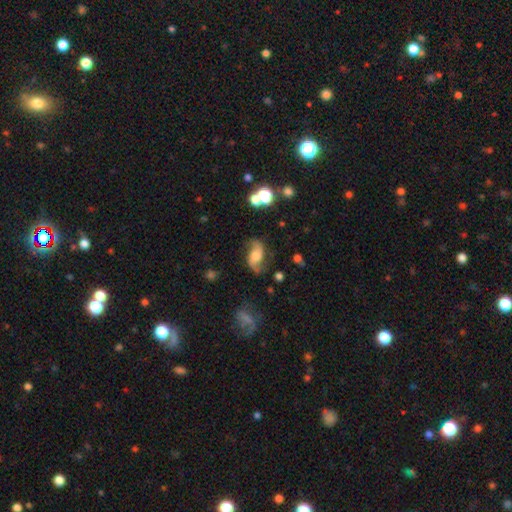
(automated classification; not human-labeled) A featured or disk galaxy (74%) with no bar (55%), 2 (92%) loose (65%) spiral arms (94%) and a moderate central bulge (38%).

Vote fractions:
- Smooth or featured? featured or disk: 74% / smooth: 18% / star or artifact: 9%
- Edge-on disk? no: 96% / yes: 4%
- Bar? no: 55% / weak: 34% / strong: 11%
- Spiral arms? yes: 94% / no: 6%
- Spiral winding? loose: 65% / medium: 28% / tight: 7%
- Spiral arm count? 2: 92% / can't tell: 3% / 1: 2% / 3: 1% / 4: 1% / more than 4: 1%
- Bulge size? moderate: 38% / large: 27% / small: 18% / none: 13% / dominant: 5%
- Merging? none: 70% / minor disturbance: 18% / major disturbance: 9% / merger: 3%